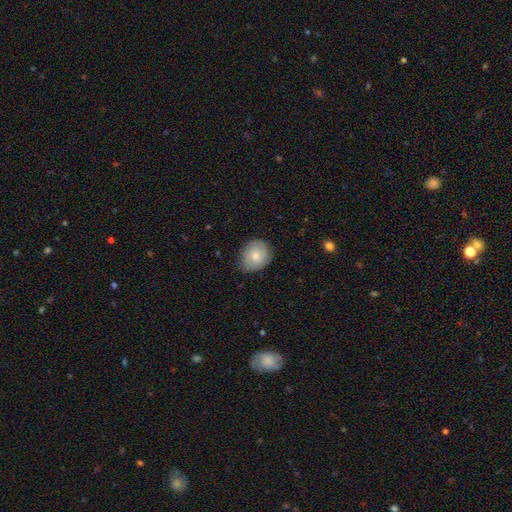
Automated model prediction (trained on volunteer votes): Smooth or featured?
  - smooth: 76% *
  - featured or disk: 17%
  - star or artifact: 7%
How rounded?
  - round: 63% *
  - in between: 36%
  - cigar-shaped: 1%
Merging?
  - none: 77% *
  - minor disturbance: 19%
  - major disturbance: 3%
  - merger: 1%